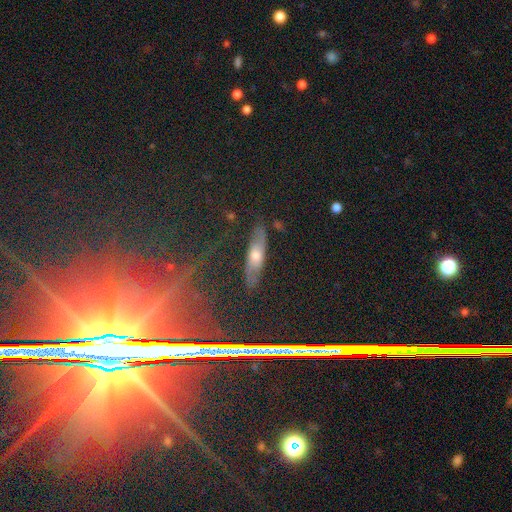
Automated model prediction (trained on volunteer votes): This is possibly a smooth galaxy (48%). Merging: clearly none (80%).